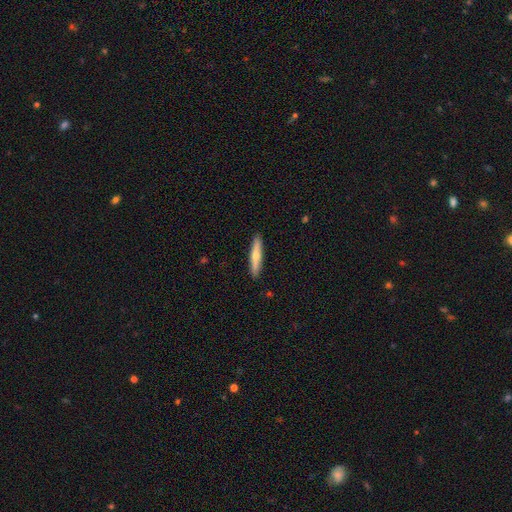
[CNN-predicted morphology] smooth-or-featured: smooth: 50% | featured or disk: 45% | star or artifact: 5%
  merging: none: 91% | minor disturbance: 7% | major disturbance: 1% | merger: 1%